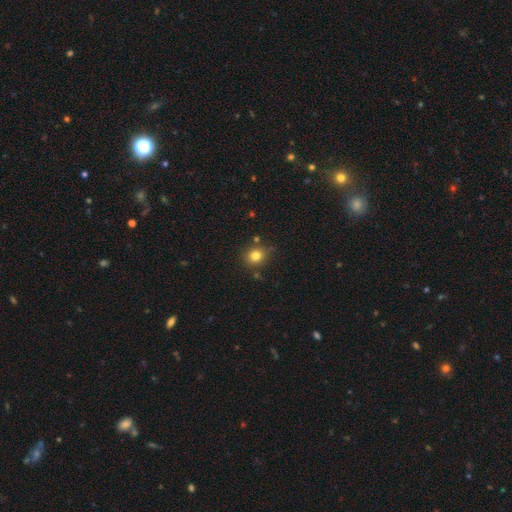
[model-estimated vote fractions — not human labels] Overall: smooth (81%). How rounded: round (81%). Merging: none (77%).